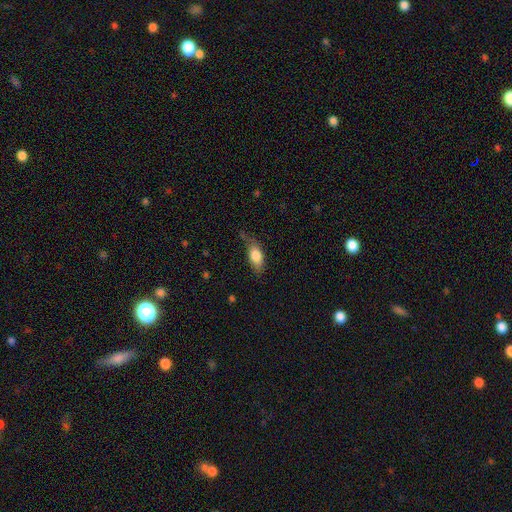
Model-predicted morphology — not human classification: This appears to be a smooth galaxy with no disk features (80%) that is in between round and cigar-shaped (85%). Merging: none (54%).